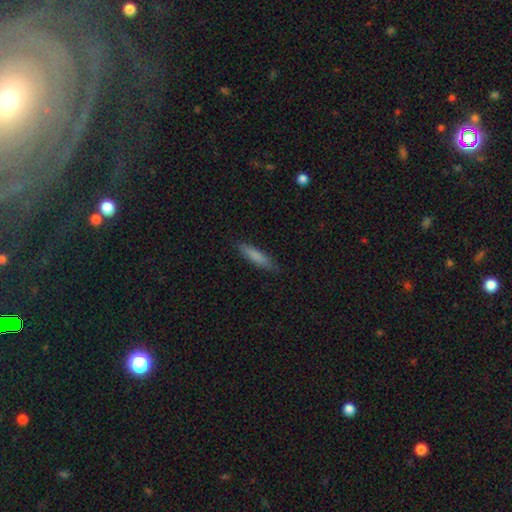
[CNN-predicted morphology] Q: Smooth or featured?
A: smooth (81%); runner-up: featured or disk (13%)
Q: How rounded?
A: cigar-shaped (81%); runner-up: in between (18%)
Q: Merging?
A: none (86%); runner-up: minor disturbance (11%)